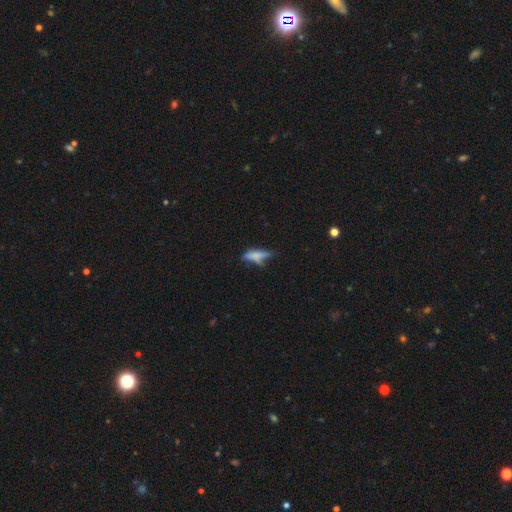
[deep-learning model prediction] A smooth galaxy with no disk features (62%) that is cigar-shaped (64%).

Vote fractions:
- Smooth or featured? smooth: 62% / featured or disk: 27% / star or artifact: 11%
- How rounded? cigar-shaped: 64% / in between: 33% / round: 3%
- Merging? none: 45% / minor disturbance: 27% / major disturbance: 17% / merger: 11%